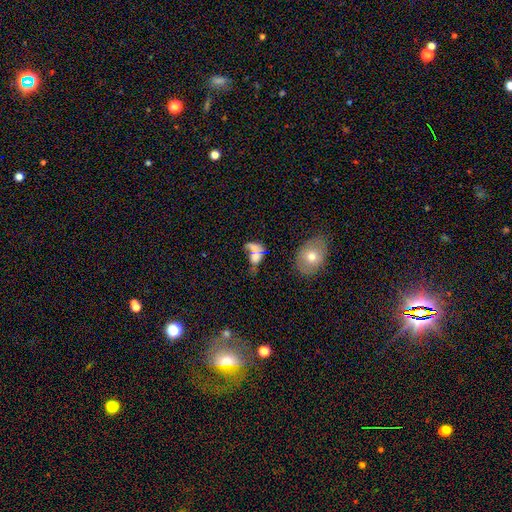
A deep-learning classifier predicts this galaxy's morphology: Overall: smooth (65%). How rounded: in between (74%). Merging: merger (45%; none 24%).